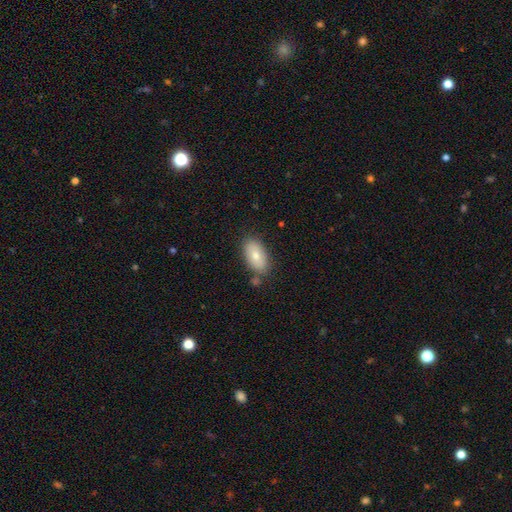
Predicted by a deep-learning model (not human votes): Smooth or featured? smooth (77%)
How rounded? in between (93%)
Merging? none (78%)